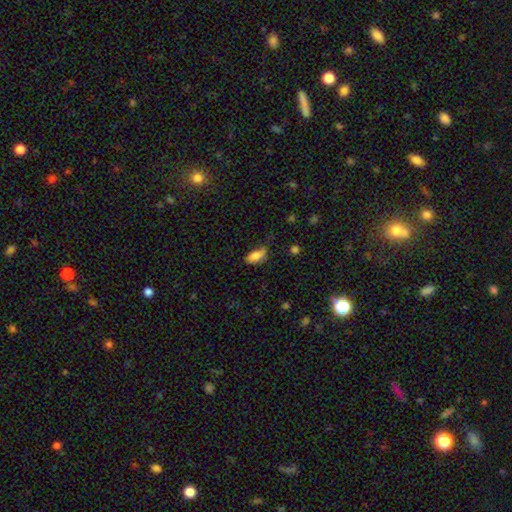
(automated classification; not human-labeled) Q: Smooth or featured?
A: smooth (78%); runner-up: featured or disk (14%)
Q: How rounded?
A: in between (88%); runner-up: cigar-shaped (8%)
Q: Merging?
A: none (49%); runner-up: minor disturbance (37%)